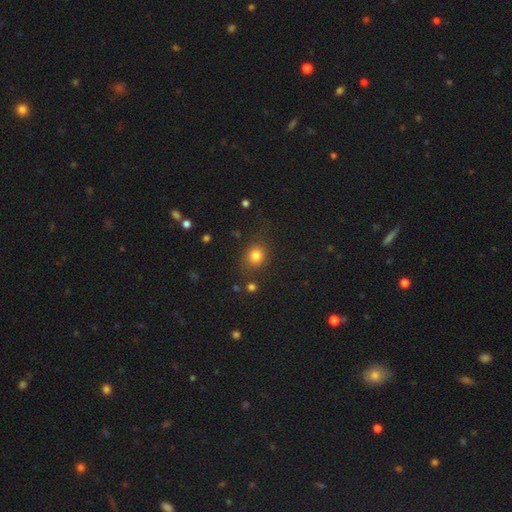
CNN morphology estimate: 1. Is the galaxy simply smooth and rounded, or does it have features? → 80% smooth, 13% star or artifact, 6% featured or disk.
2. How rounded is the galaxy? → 75% round, 24% in between, 1% cigar-shaped.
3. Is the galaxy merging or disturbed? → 78% none, 13% minor disturbance, 5% major disturbance, 4% merger.